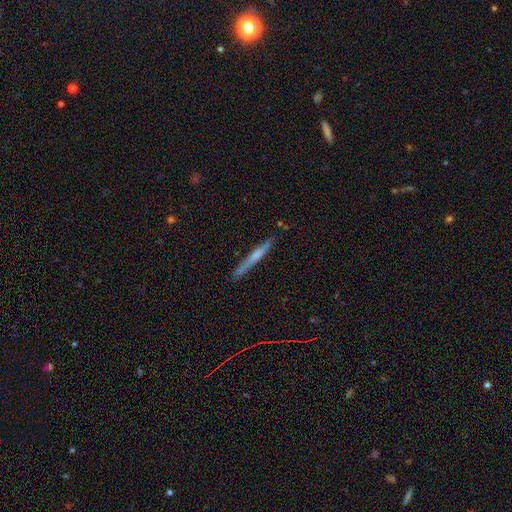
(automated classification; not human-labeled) smooth 48%, featured or disk 45%, star or artifact 7%. Down the decision tree: merging — none (85%).